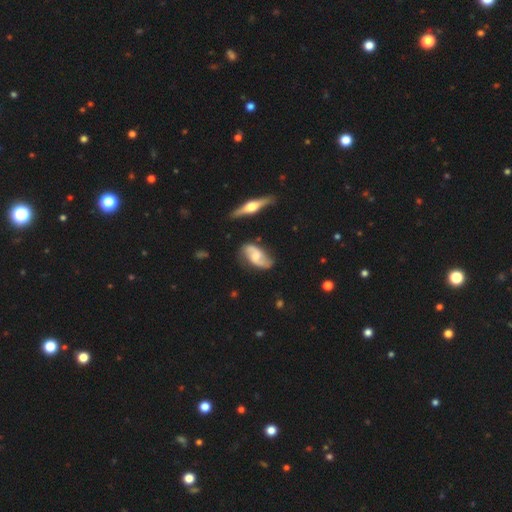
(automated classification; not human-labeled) The model was most divided on "spiral winding" (2-way tie): medium: 42%, loose: 42%, tight: 16%. Remaining: spiral arms — yes (94%); edge-on disk — no (93%); spiral arm count — 2 (90%); smooth or featured — featured or disk (78%); merging — none (74%); bar — weak (45%); bulge size — moderate (39%).